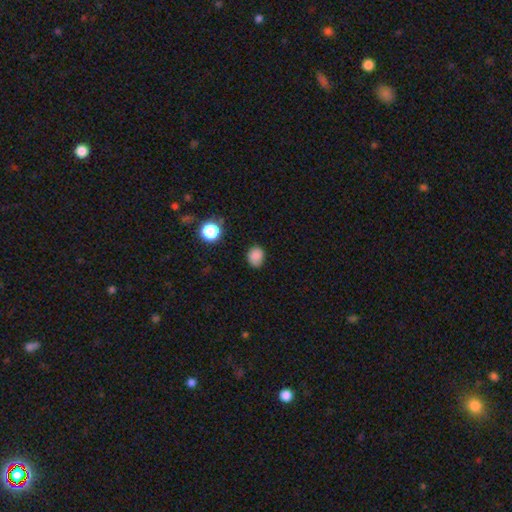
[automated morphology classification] This is clearly a smooth galaxy (84%). How rounded: likely round (61%). Merging: likely none (74%).